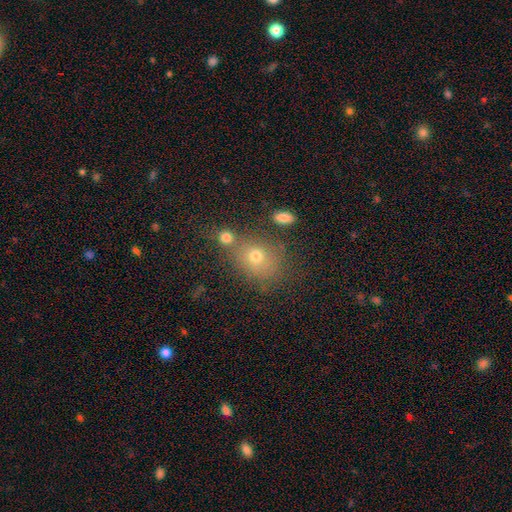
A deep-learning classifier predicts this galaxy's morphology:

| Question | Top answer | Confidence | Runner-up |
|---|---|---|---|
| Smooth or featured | smooth | 62% | star or artifact (26%) |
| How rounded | round | 71% | in between (27%) |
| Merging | none | 67% | merger (17%) |